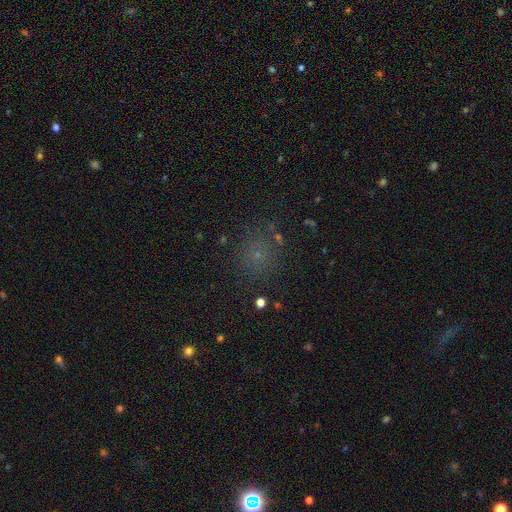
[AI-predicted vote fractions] Smooth or featured: smooth — 53% (star or artifact — 37%)
How rounded: round — 83% (in between — 16%)
Merging: none — 80% (minor disturbance — 12%)